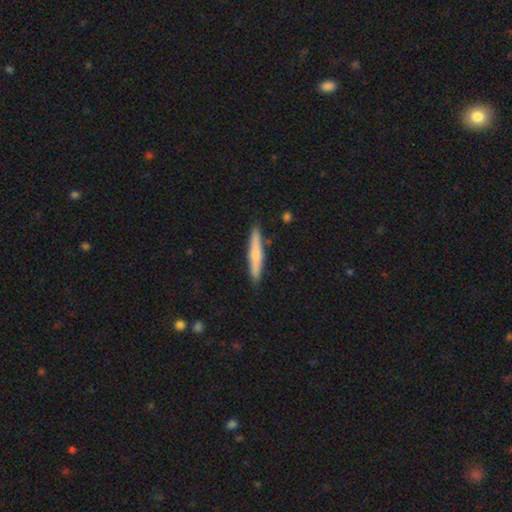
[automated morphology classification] This appears to be a smooth galaxy with no disk features (59%) that is cigar-shaped (93%). Merging: none (87%).